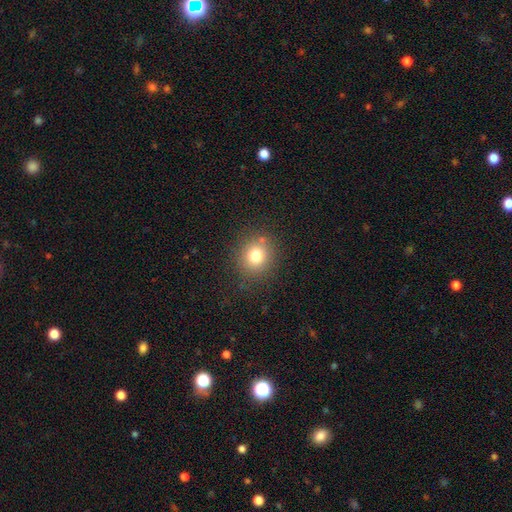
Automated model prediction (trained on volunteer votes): Smooth or featured: smooth — 77% (star or artifact — 14%)
How rounded: round — 83% (in between — 16%)
Merging: none — 84% (minor disturbance — 9%)